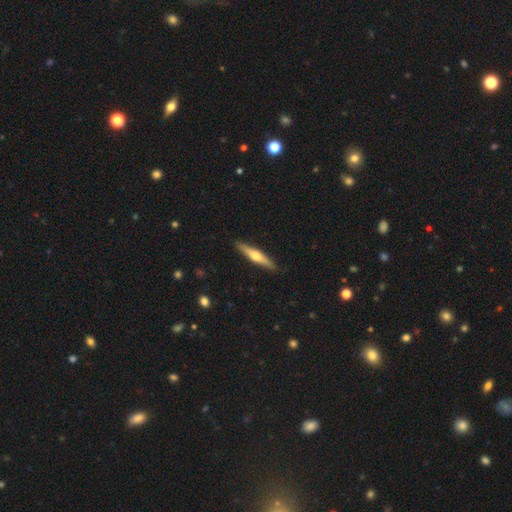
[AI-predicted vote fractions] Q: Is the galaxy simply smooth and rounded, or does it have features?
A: featured or disk — 58%.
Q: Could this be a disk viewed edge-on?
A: yes — 96%.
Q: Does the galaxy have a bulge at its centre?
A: rounded — 92%.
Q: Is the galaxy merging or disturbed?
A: none — 91%.